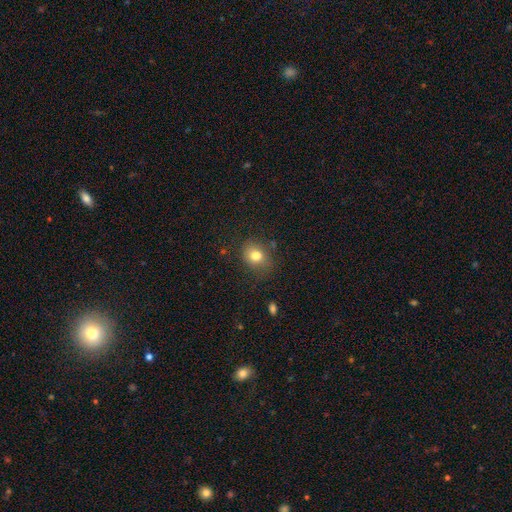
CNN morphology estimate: type=smooth (79%); roundness=round (60%); merging=none (75%).